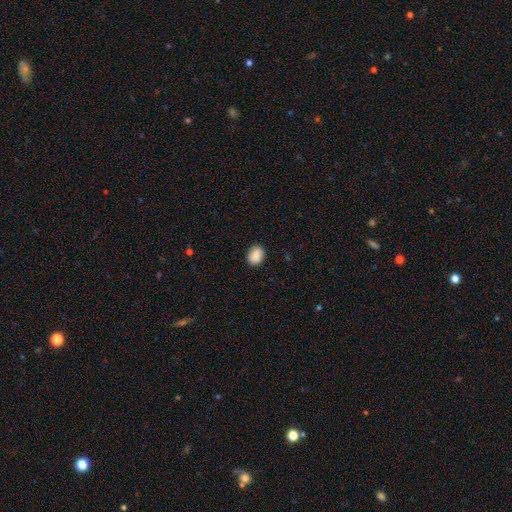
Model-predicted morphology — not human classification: type=smooth (89%); roundness=in between (54%); merging=none (88%).